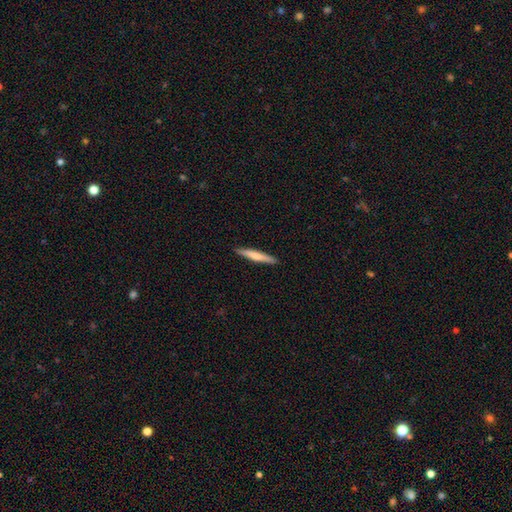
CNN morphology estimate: The model was most divided on "smooth or featured": smooth: 65%, featured or disk: 30%, star or artifact: 5%. More confident: how rounded — cigar-shaped (94%); merging — none (91%).